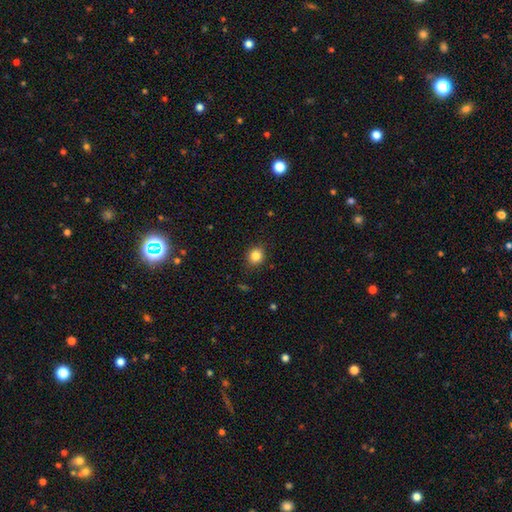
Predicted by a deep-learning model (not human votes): Smooth or featured? Predicted: smooth (p=0.84). How rounded? Predicted: round (p=0.78). Merging? Predicted: none (p=0.89).